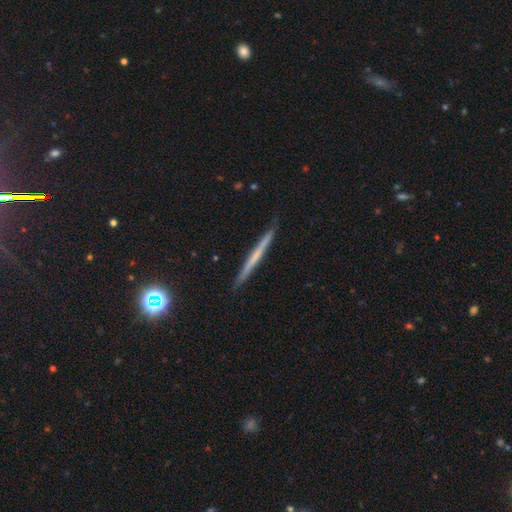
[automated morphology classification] Q: Smooth or featured?
A: featured or disk (51%); runner-up: smooth (42%)
Q: Edge-on disk?
A: yes (97%); runner-up: no (3%)
Q: Merging?
A: none (91%); runner-up: minor disturbance (7%)